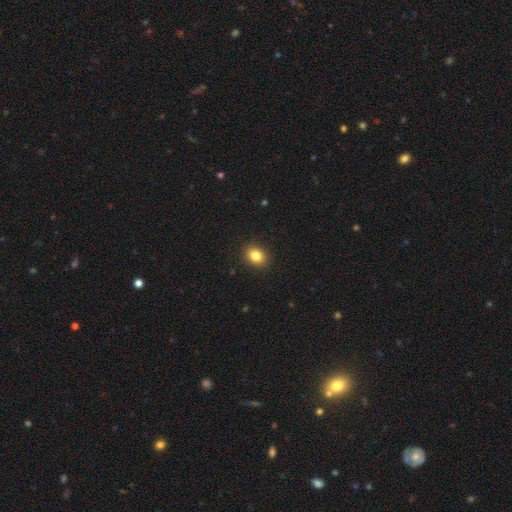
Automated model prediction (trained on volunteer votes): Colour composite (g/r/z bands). It shows a smooth galaxy with no disk features (83%) that is in between round and cigar-shaped (51%). Merging: none (91%).